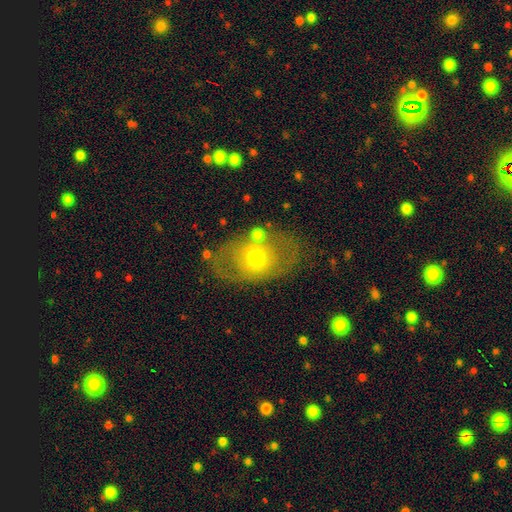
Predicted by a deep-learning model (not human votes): Smooth or featured? Predicted: featured or disk (p=0.52). Edge-on disk? Predicted: no (p=0.91). Merging? Predicted: none (p=0.73).